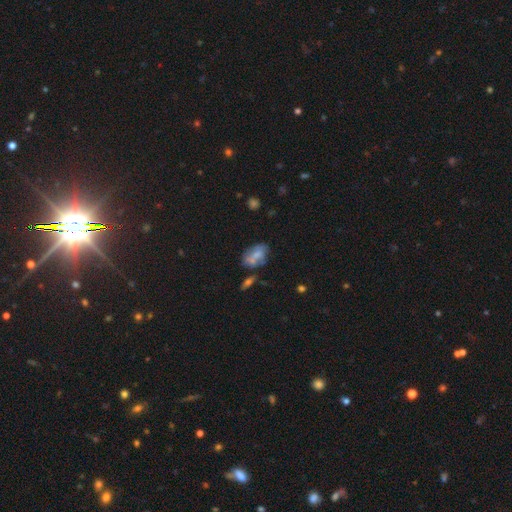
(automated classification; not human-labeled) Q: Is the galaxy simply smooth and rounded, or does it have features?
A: smooth — 57%.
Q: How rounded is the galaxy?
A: in between — 87%.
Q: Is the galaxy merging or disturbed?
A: none — 44%.